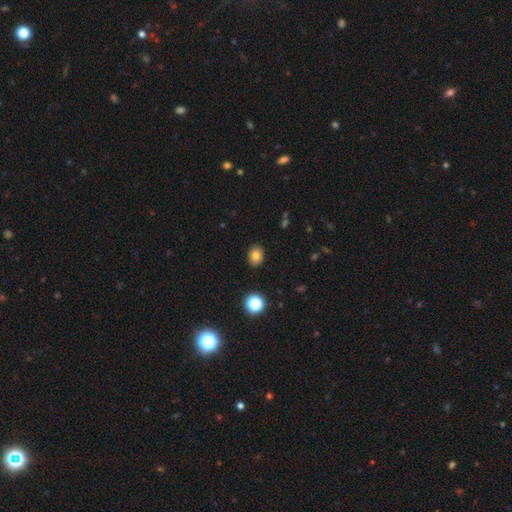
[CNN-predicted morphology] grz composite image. It shows a smooth galaxy with no disk features (81%) that is in between round and cigar-shaped (57%). Merging: none (88%).